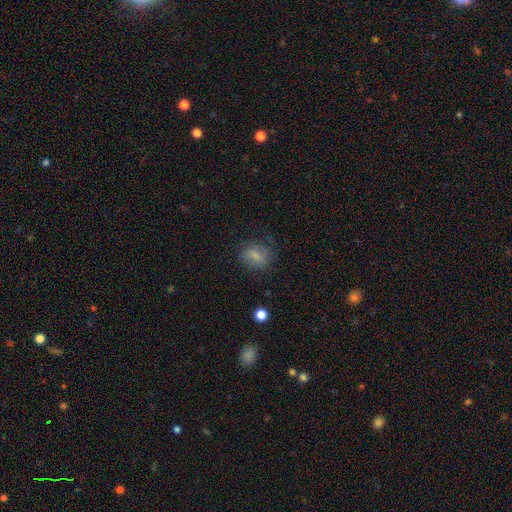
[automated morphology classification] smooth 69%, featured or disk 20%, star or artifact 10%. Down the decision tree: how rounded — in between (52%); merging — none (67%).